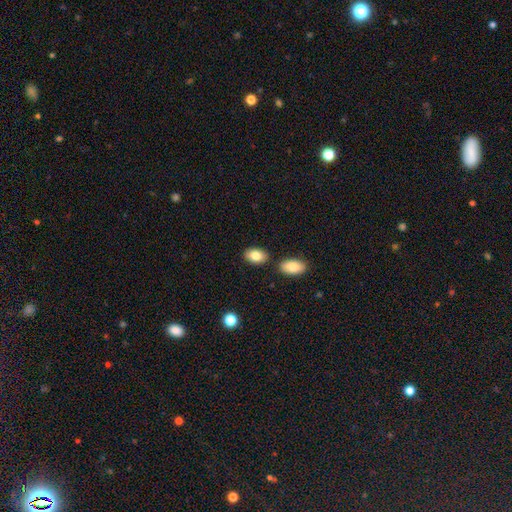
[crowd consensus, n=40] This appears to be a smooth galaxy with no disk features (85%) that is in between round and cigar-shaped (85%). Merging: none (80%).